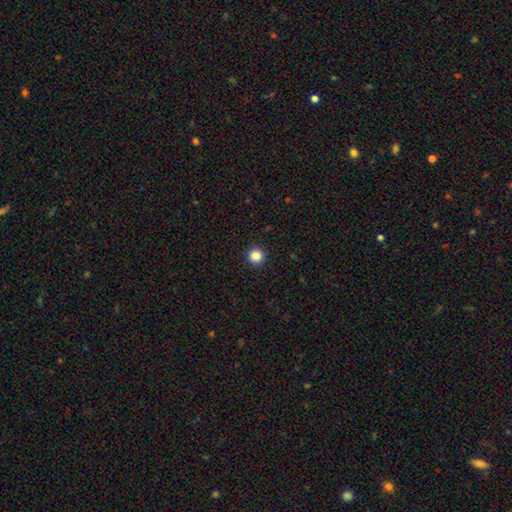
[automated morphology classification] Smooth or featured: smooth — 86% (star or artifact — 11%)
How rounded: round — 96% (in between — 3%)
Merging: none — 93% (minor disturbance — 4%)